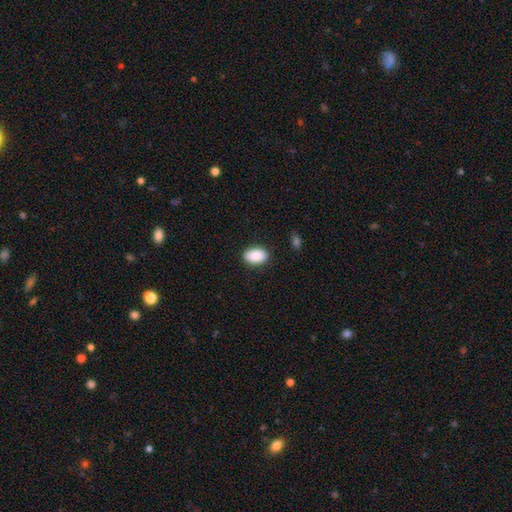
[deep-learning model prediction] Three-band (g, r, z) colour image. It shows a smooth galaxy with no disk features (90%) that is in between round and cigar-shaped (90%). Merging: none (87%).